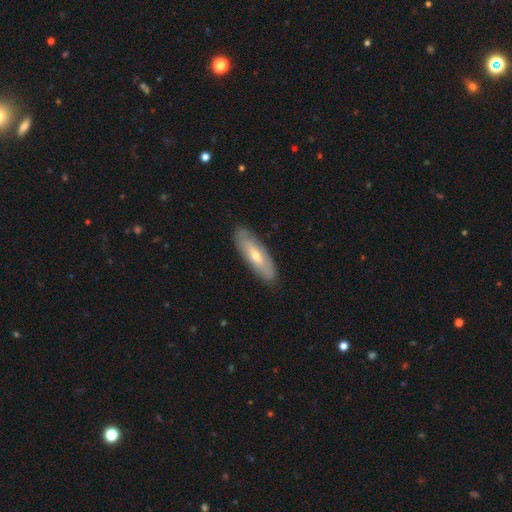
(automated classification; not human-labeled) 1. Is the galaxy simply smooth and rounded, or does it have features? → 54% smooth, 40% featured or disk, 6% star or artifact.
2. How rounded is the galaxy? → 50% in between, 48% cigar-shaped, 2% round.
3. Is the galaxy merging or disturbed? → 87% none, 10% minor disturbance, 2% major disturbance, 1% merger.